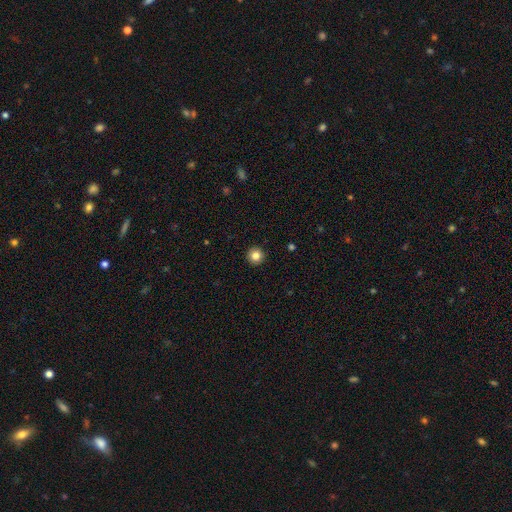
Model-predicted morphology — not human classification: Smooth or featured: smooth — 84% (star or artifact — 11%)
How rounded: round — 96% (in between — 3%)
Merging: none — 93% (minor disturbance — 4%)